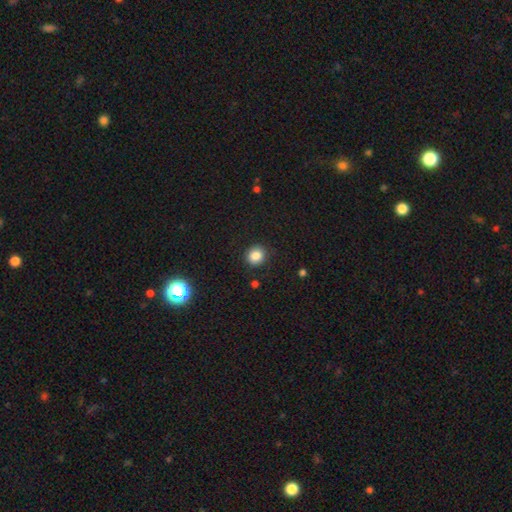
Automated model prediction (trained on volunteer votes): Smooth or featured?
  - smooth: 84% *
  - star or artifact: 11%
  - featured or disk: 5%
How rounded?
  - round: 82% *
  - in between: 17%
  - cigar-shaped: 1%
Merging?
  - none: 89% *
  - minor disturbance: 7%
  - major disturbance: 2%
  - merger: 1%